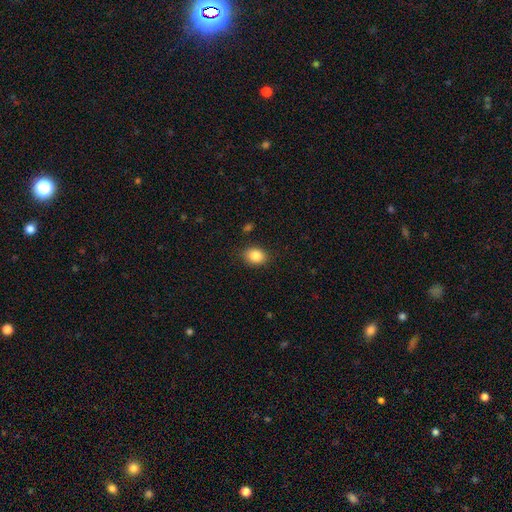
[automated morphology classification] smooth-or-featured: smooth: 86% | star or artifact: 9% | featured or disk: 5%
  how-rounded: in between: 64% | round: 35% | cigar-shaped: 1%
  merging: none: 86% | minor disturbance: 10% | major disturbance: 3% | merger: 1%